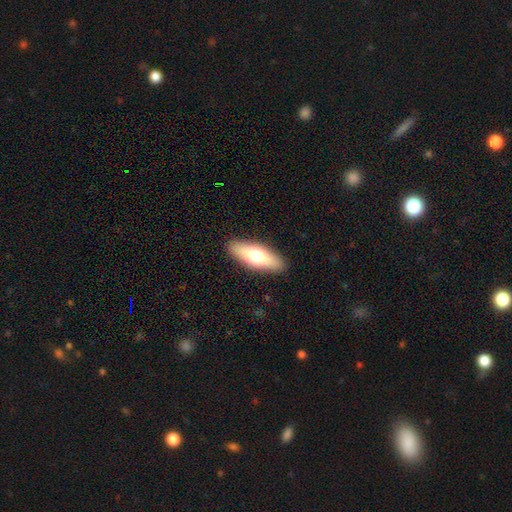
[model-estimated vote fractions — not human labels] This appears to be a smooth galaxy with no disk features (63%) that is in between round and cigar-shaped (60%). Merging: none (90%).